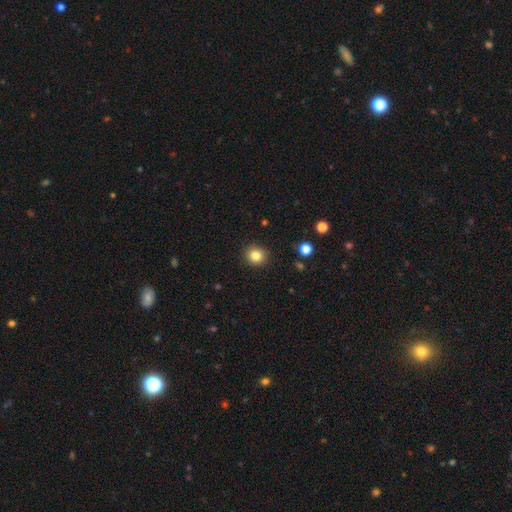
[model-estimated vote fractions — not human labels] Smooth or featured? Predicted: smooth (p=0.83). How rounded? Predicted: round (p=0.90). Merging? Predicted: none (p=0.91).